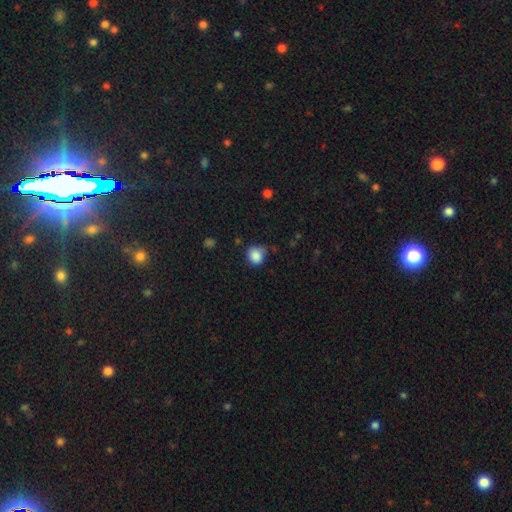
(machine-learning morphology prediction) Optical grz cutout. It shows a smooth galaxy with no disk features (87%) that is round (80%). Merging: none (64%).